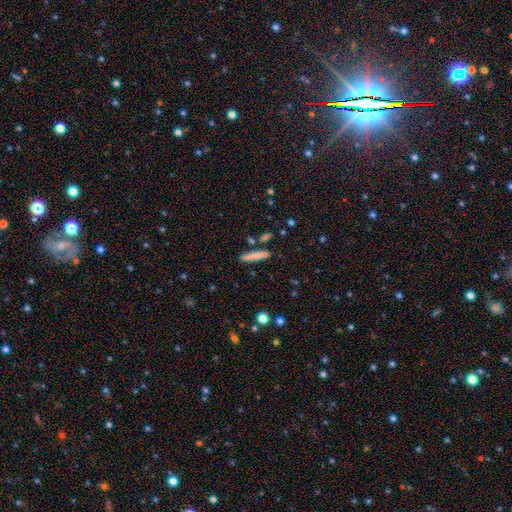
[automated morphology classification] type=smooth (74%); roundness=cigar-shaped (89%); merging=none (78%).